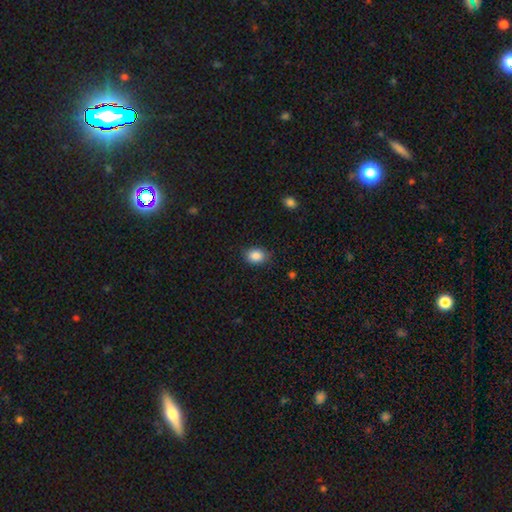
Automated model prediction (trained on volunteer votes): smooth 87%, star or artifact 9%, featured or disk 4%. Down the decision tree: how rounded — in between (63%); merging — none (83%).